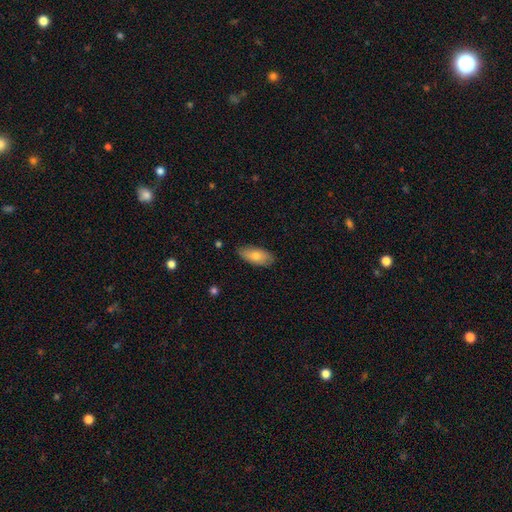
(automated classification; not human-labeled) The model was most divided on "smooth or featured": smooth: 75%, featured or disk: 19%, star or artifact: 6%. More confident: how rounded — in between (88%); merging — none (82%).